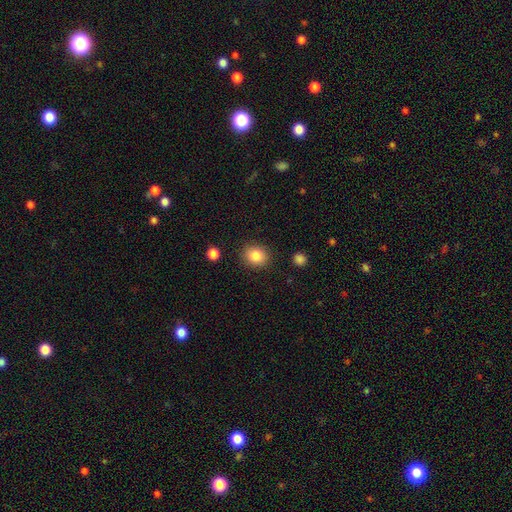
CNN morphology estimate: This is clearly a smooth galaxy (84%). How rounded: likely round (70%). Merging: clearly none (88%).